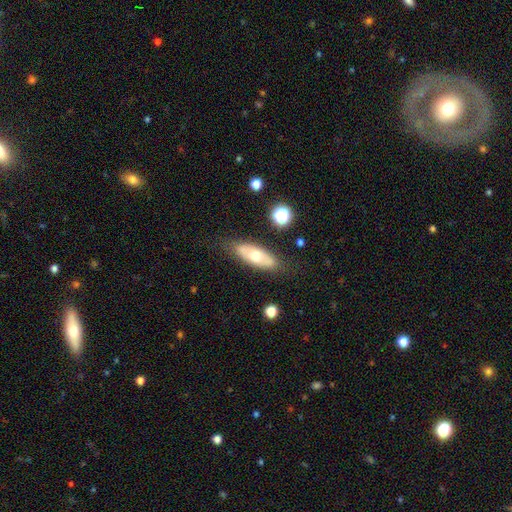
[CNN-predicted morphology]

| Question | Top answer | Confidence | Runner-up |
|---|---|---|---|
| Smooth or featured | smooth | 51% | featured or disk (43%) |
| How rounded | in between | 70% | cigar-shaped (27%) |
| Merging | none | 79% | minor disturbance (15%) |